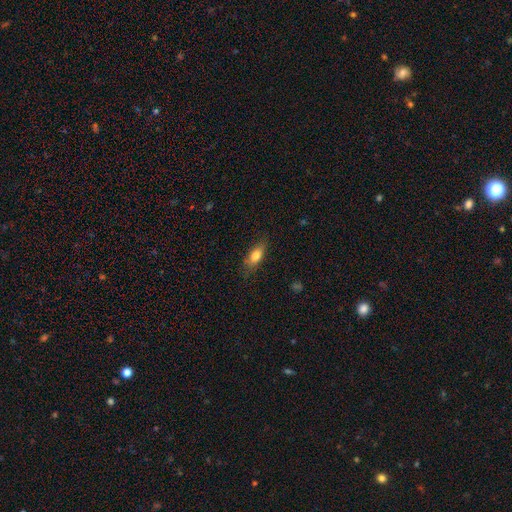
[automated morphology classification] This appears to be a smooth galaxy with no disk features (78%) that is in between round and cigar-shaped (77%). Merging: none (78%).